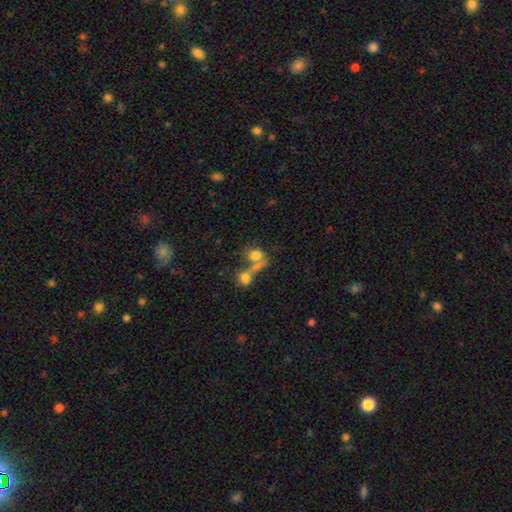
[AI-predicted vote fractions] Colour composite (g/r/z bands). It shows a smooth galaxy with no disk features (72%) that is in between round and cigar-shaped (56%). Merging: merger (56%).